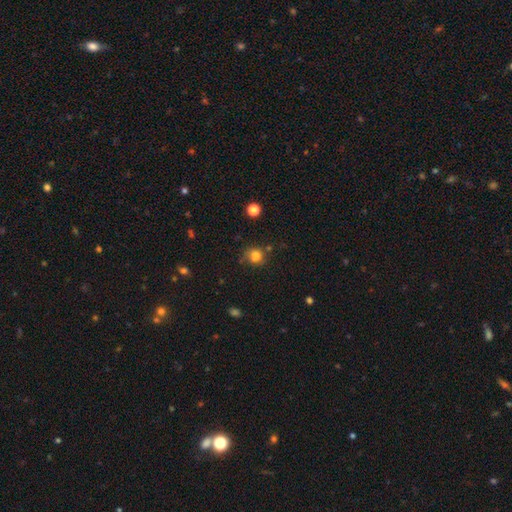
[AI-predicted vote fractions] Smooth or featured: smooth — 81% (star or artifact — 13%)
How rounded: round — 80% (in between — 19%)
Merging: none — 66% (minor disturbance — 20%)